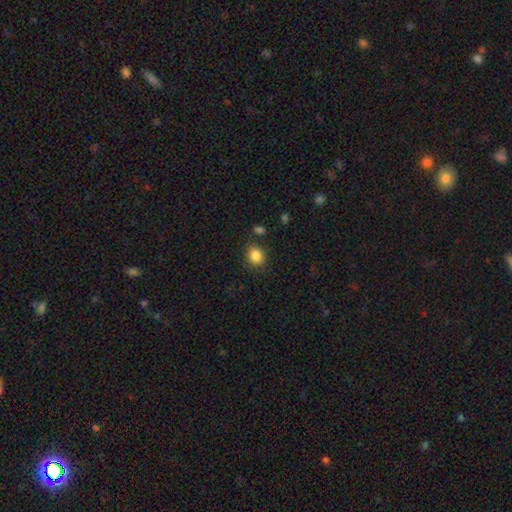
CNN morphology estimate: This appears to be a smooth galaxy with no disk features (86%) that is round (61%). Merging: none (82%).